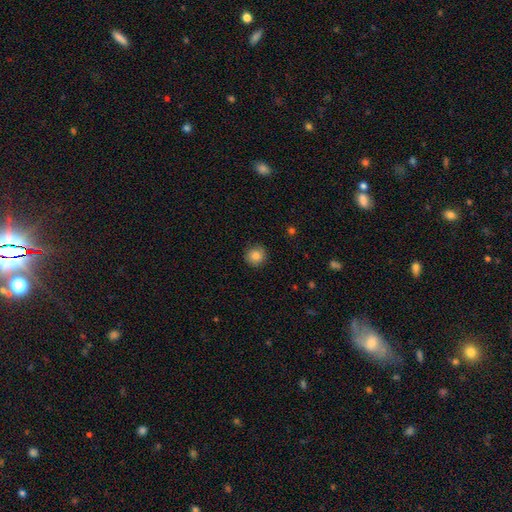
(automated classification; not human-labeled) smooth 83%, star or artifact 10%, featured or disk 7%. Down the decision tree: how rounded — round (93%); merging — none (89%).